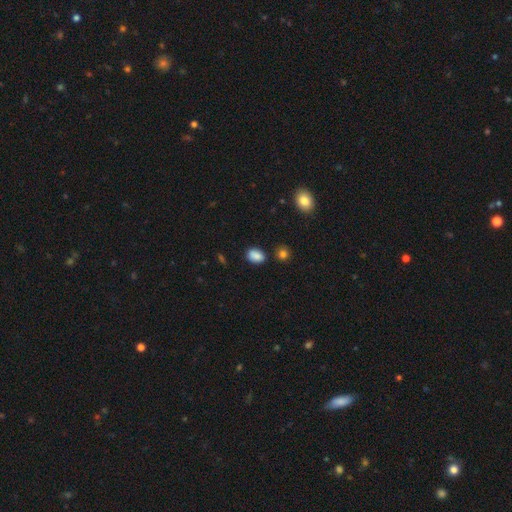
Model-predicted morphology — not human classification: Overall: smooth (86%). How rounded: in between (76%). Merging: none (79%).